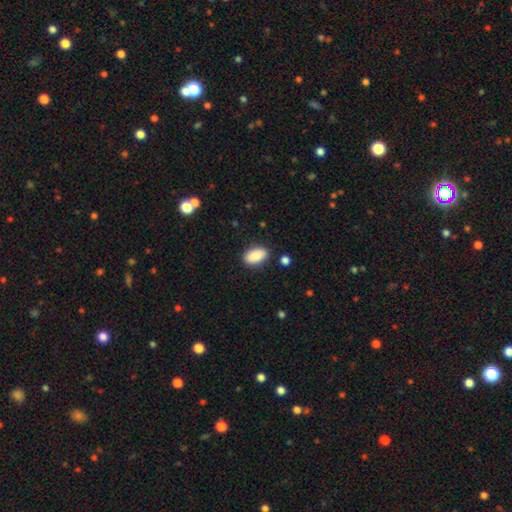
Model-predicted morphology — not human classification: Overall: smooth (87%). How rounded: in between (93%). Merging: none (85%).